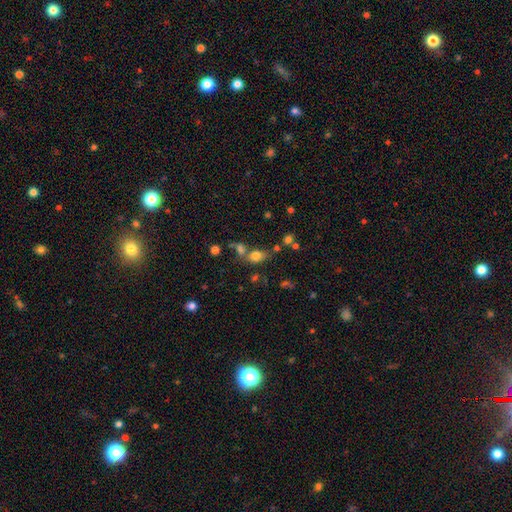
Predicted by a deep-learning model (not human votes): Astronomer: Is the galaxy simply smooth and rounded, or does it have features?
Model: smooth — 75%.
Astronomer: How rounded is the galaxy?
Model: in between — 69%.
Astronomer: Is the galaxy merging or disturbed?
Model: none — 46% (runner-up: merger, 33%).